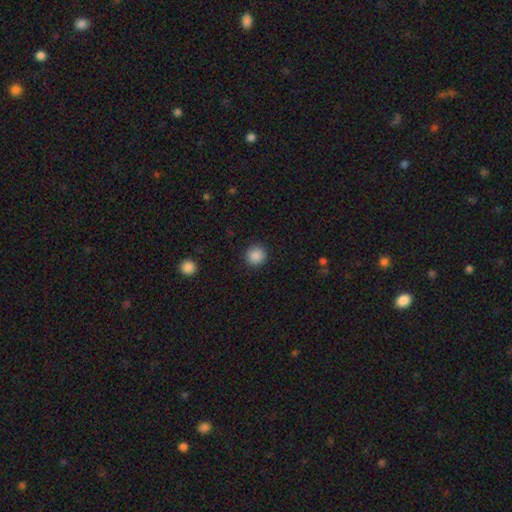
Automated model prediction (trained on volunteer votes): Smooth or featured? Predicted: smooth (p=0.88). How rounded? Predicted: round (p=0.94). Merging? Predicted: none (p=0.91).